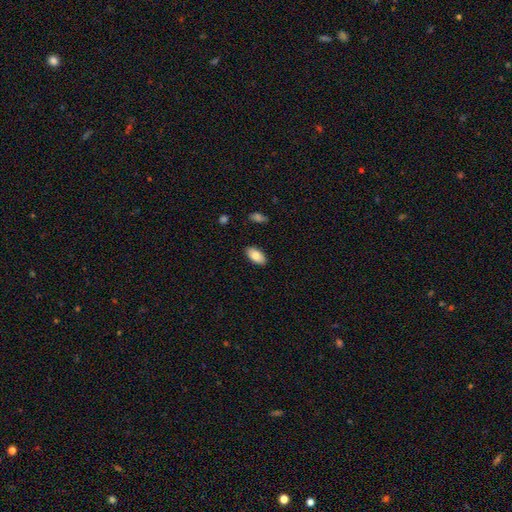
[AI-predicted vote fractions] This appears to be a smooth galaxy with no disk features (83%) that is in between round and cigar-shaped (94%). Merging: none (88%).